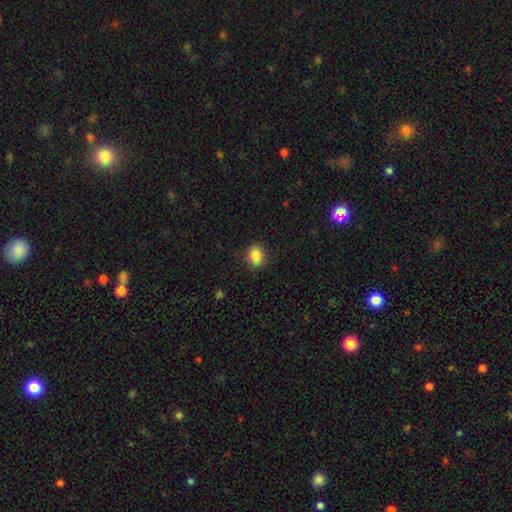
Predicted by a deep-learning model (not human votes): The model was most divided on "how rounded": round: 54%, in between: 45%, cigar-shaped: 1%. More confident: smooth or featured — smooth (87%); merging — none (86%).